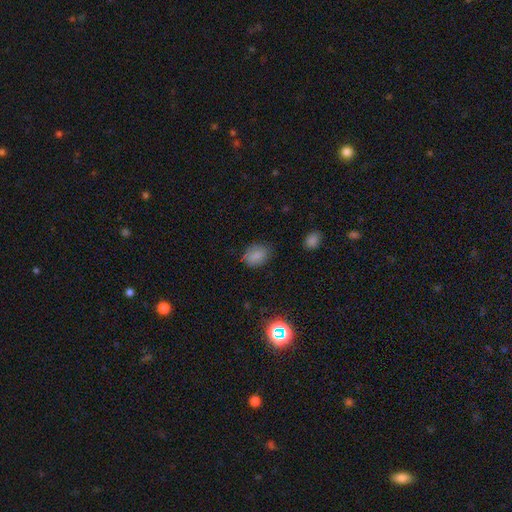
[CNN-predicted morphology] Smooth or featured? Predicted: smooth (p=0.82). How rounded? Predicted: in between (p=0.62). Merging? Predicted: none (p=0.76).